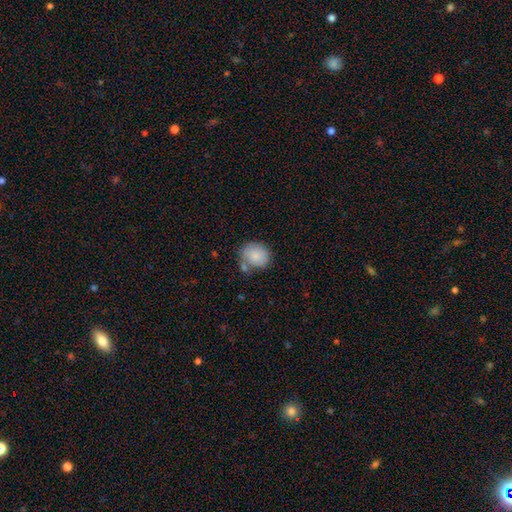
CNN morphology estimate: Smooth or featured: smooth — 83% (featured or disk — 10%)
How rounded: round — 67% (in between — 32%)
Merging: none — 59% (minor disturbance — 21%)